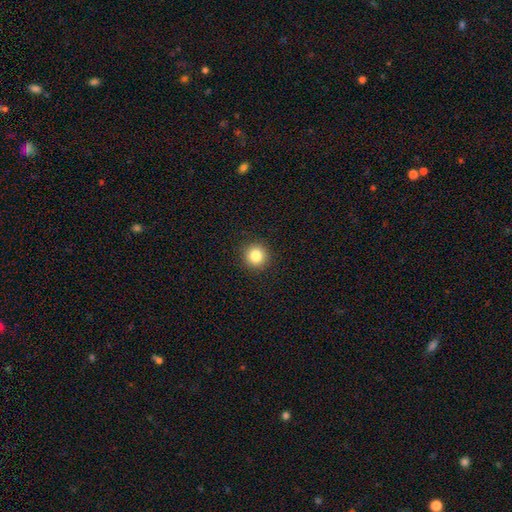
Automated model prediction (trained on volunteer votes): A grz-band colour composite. It shows a smooth galaxy with no disk features (84%) that is round (95%). Merging: none (92%).